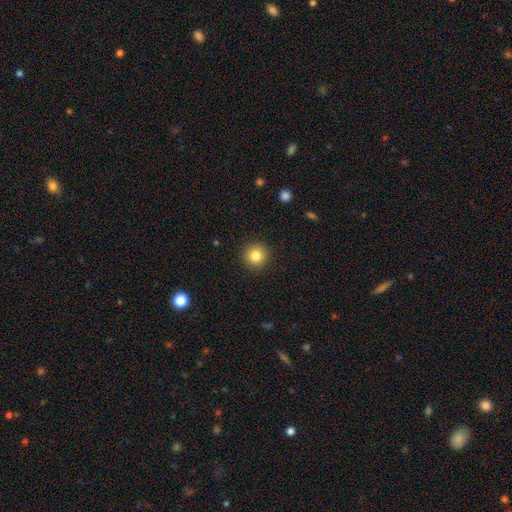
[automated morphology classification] smooth_or_featured: smooth (p=0.83) [alt: star or artifact p=0.10]
how_rounded: round (p=0.95) [alt: in between p=0.04]
merging: none (p=0.92) [alt: minor disturbance p=0.05]